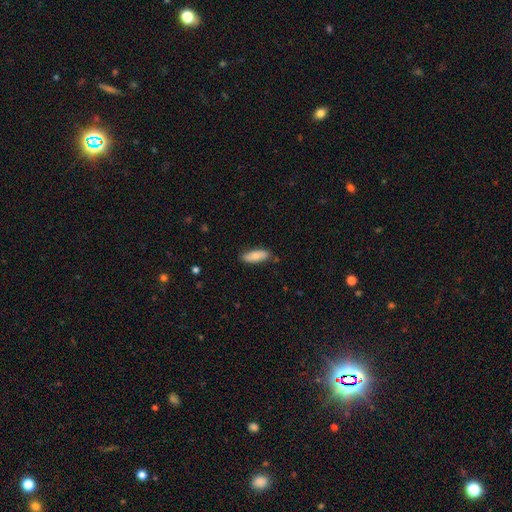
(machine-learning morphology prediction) Smooth or featured?
  - smooth: 79% *
  - featured or disk: 15%
  - star or artifact: 6%
How rounded?
  - in between: 70% *
  - cigar-shaped: 28%
  - round: 2%
Merging?
  - none: 83% *
  - minor disturbance: 13%
  - major disturbance: 2%
  - merger: 2%